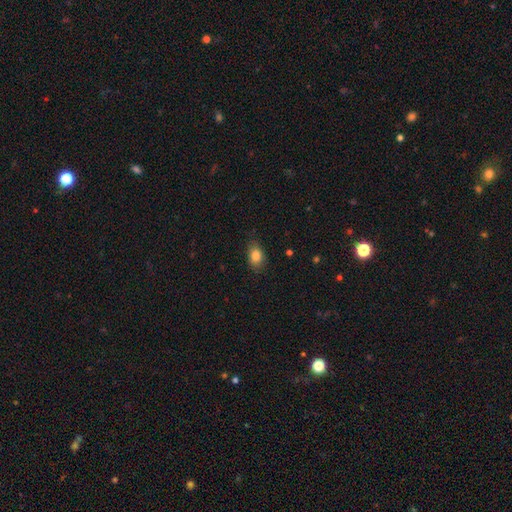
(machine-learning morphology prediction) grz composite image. It shows a smooth galaxy with no disk features (84%) that is in between round and cigar-shaped (78%). Merging: none (80%).